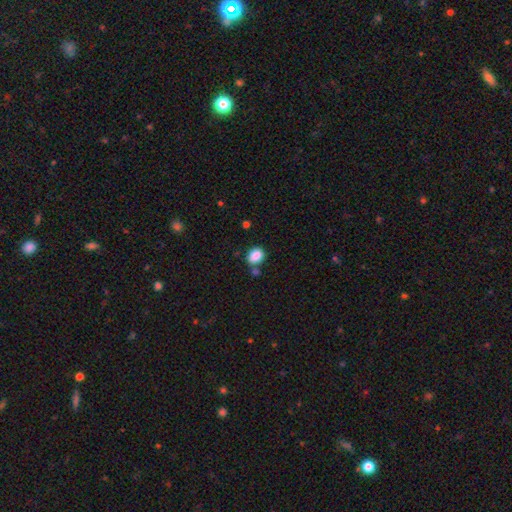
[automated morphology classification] Overall: smooth (87%). How rounded: in between (59%; round 40%). Merging: none (66%).